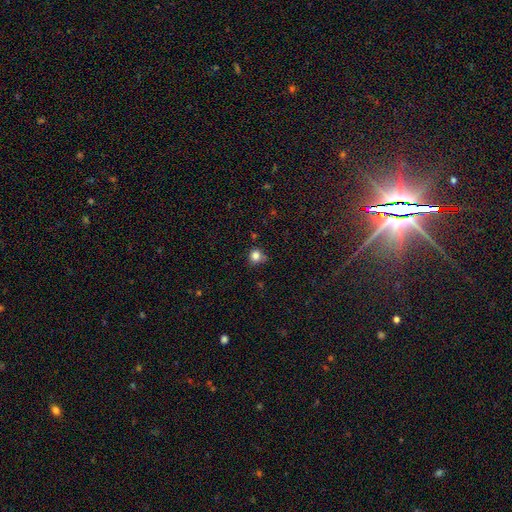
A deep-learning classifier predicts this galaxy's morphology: A smooth galaxy with no disk features (82%) that is round (86%).

Vote fractions:
- Smooth or featured? smooth: 82% / star or artifact: 13% / featured or disk: 5%
- How rounded? round: 86% / in between: 13% / cigar-shaped: 1%
- Merging? none: 70% / minor disturbance: 21% / merger: 5% / major disturbance: 5%